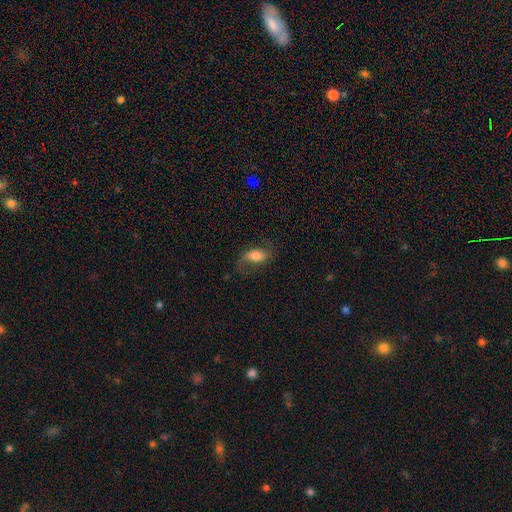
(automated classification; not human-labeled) Smooth or featured? Predicted: smooth (p=0.51). How rounded? Predicted: in between (p=0.86). Merging? Predicted: none (p=0.63).